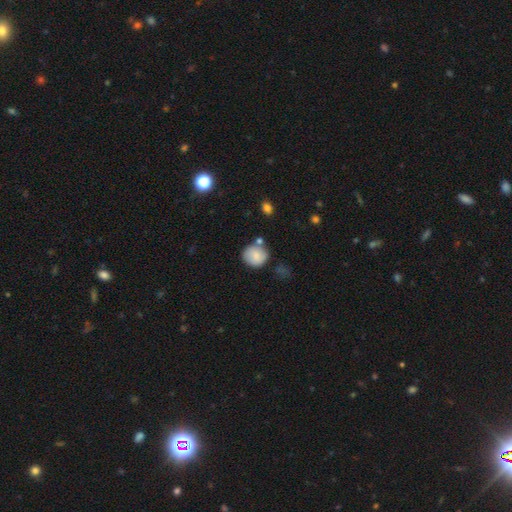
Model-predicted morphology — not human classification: This is clearly a smooth galaxy (83%). How rounded: clearly round (84%). Merging: likely none (69%).